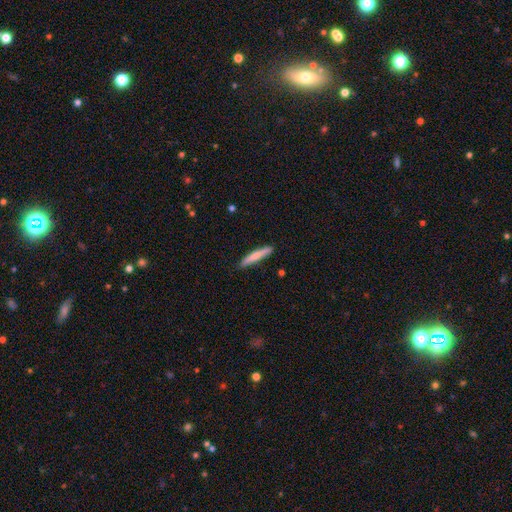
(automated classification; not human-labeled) Morphology: type=smooth (73%); roundness=cigar-shaped (93%); merging=none (86%).